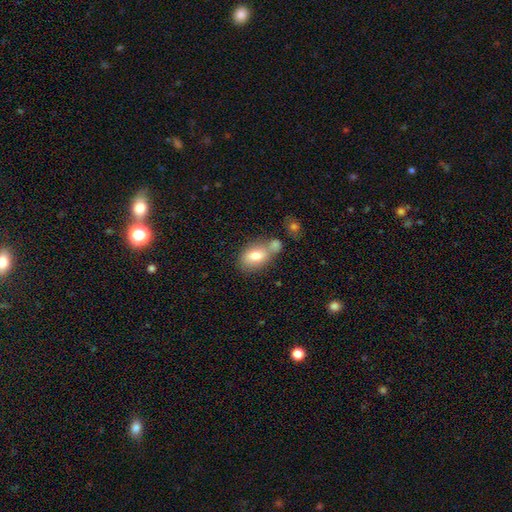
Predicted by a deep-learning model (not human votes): A smooth galaxy with no disk features (76%) that is in between round and cigar-shaped (77%). Merging: none (46%).